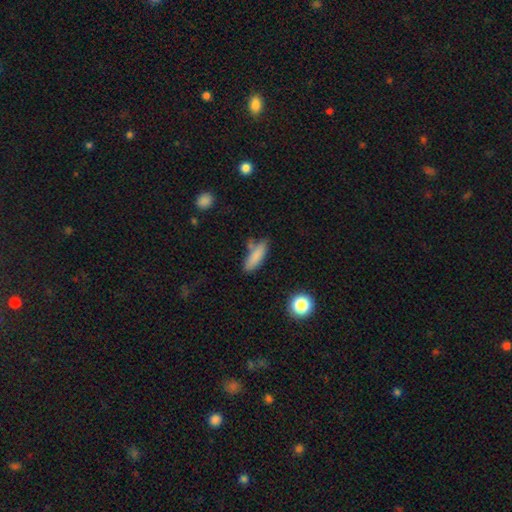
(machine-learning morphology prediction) Smooth or featured? Predicted: smooth (p=0.83). How rounded? Predicted: cigar-shaped (p=0.50). Merging? Predicted: none (p=0.65).